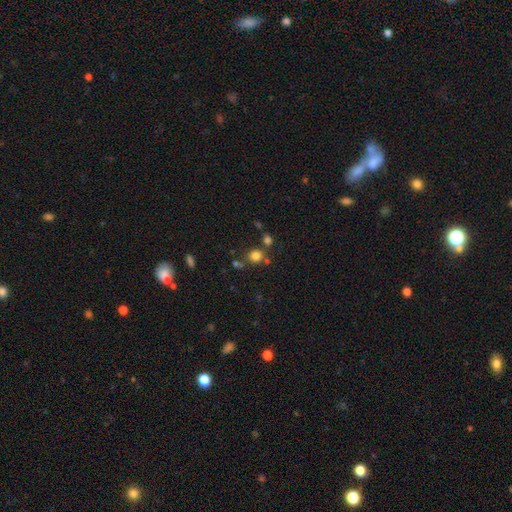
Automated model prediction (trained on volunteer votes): Overall: smooth (78%). How rounded: round (85%). Merging: none (69%).